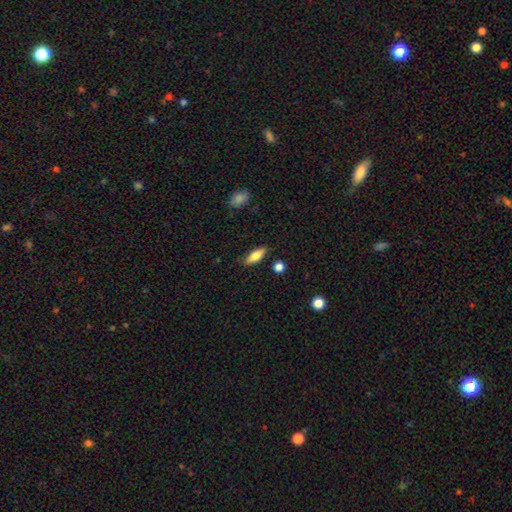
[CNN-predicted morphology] Smooth or featured: smooth — 74% (featured or disk — 19%)
How rounded: in between — 59% (cigar-shaped — 38%)
Merging: none — 82% (minor disturbance — 13%)